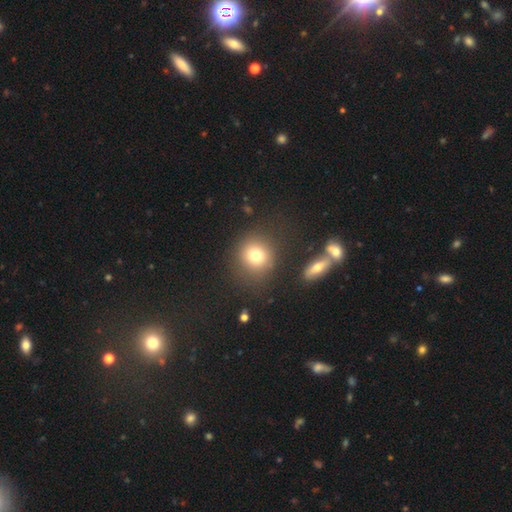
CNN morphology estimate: The model was most divided on "smooth or featured": smooth: 76%, star or artifact: 13%, featured or disk: 11%. More confident: how rounded — round (84%); merging — none (80%).